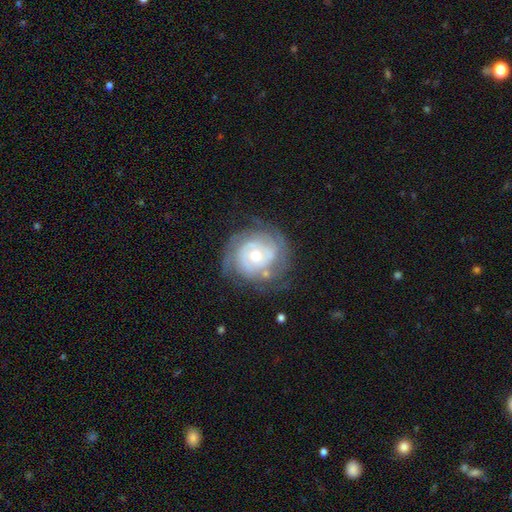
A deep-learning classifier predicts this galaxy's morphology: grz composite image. It shows a featured or disk galaxy (80%) with no bar (76%), tight (74%) spiral arms (90%) and a moderate central bulge (62%). Merging: none (70%).